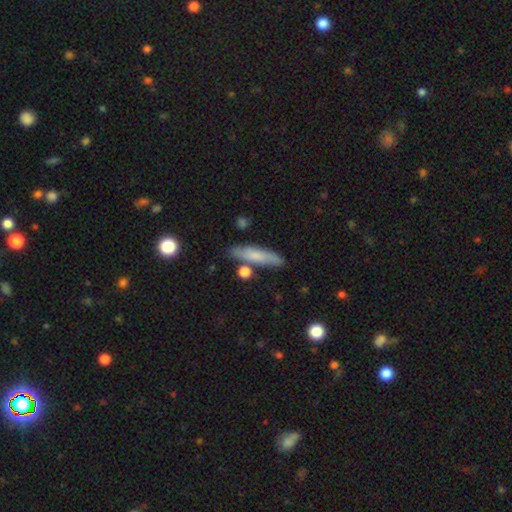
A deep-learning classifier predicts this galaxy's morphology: This appears to be a smooth galaxy with no disk features (70%) that is cigar-shaped (78%). Merging: none (77%).